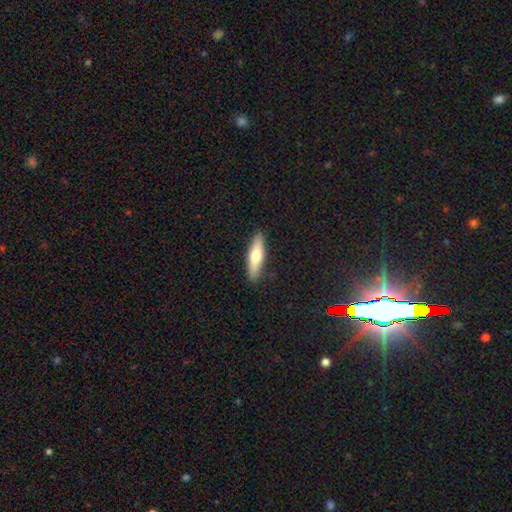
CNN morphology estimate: Q: Smooth or featured?
A: smooth (63%); runner-up: featured or disk (32%)
Q: How rounded?
A: cigar-shaped (72%); runner-up: in between (27%)
Q: Merging?
A: none (90%); runner-up: minor disturbance (8%)